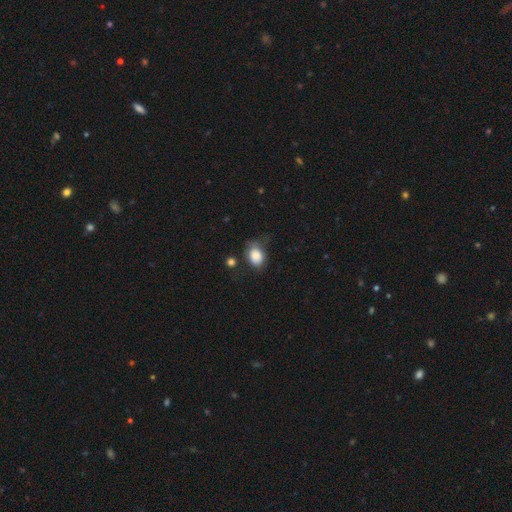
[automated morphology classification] This is clearly a smooth galaxy (82%). How rounded: likely in between (66%). Merging: marginally none (42%).